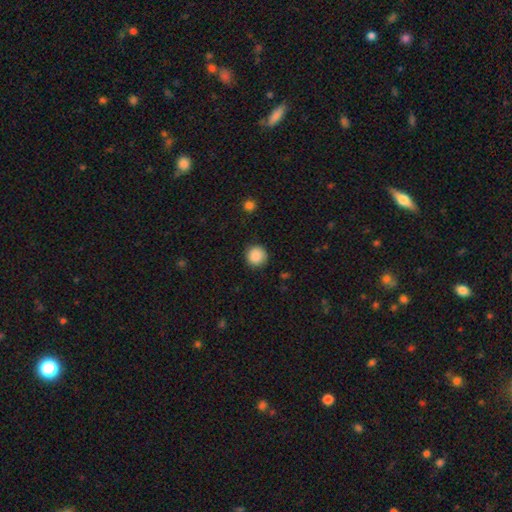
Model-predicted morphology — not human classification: Overall: smooth (88%). How rounded: round (95%). Merging: none (89%).